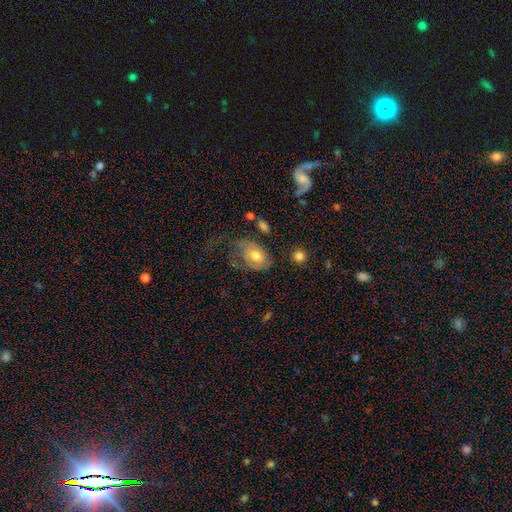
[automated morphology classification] Q: Smooth or featured?
A: smooth (58%); runner-up: featured or disk (35%)
Q: How rounded?
A: in between (82%); runner-up: round (16%)
Q: Merging?
A: major disturbance (44%); runner-up: none (27%)